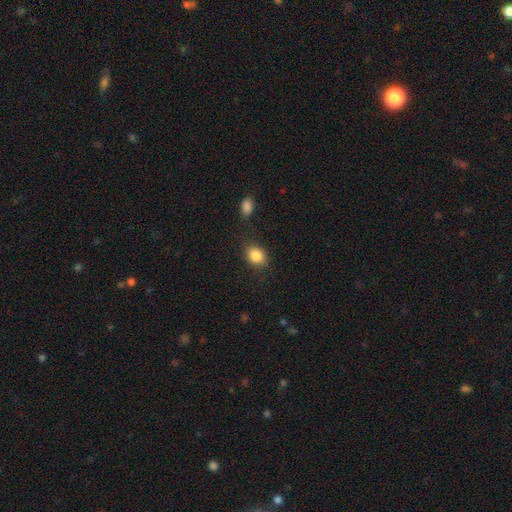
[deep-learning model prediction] This appears to be a smooth galaxy with no disk features (85%) that is in between round and cigar-shaped (53%). Merging: none (80%).